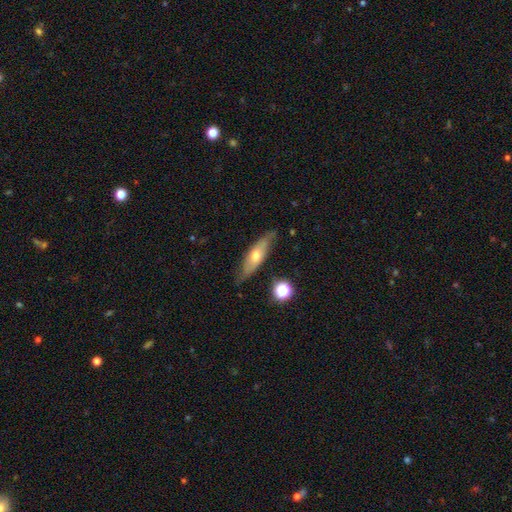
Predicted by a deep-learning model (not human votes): Smooth or featured? Predicted: featured or disk (p=0.48). Merging? Predicted: none (p=0.78).